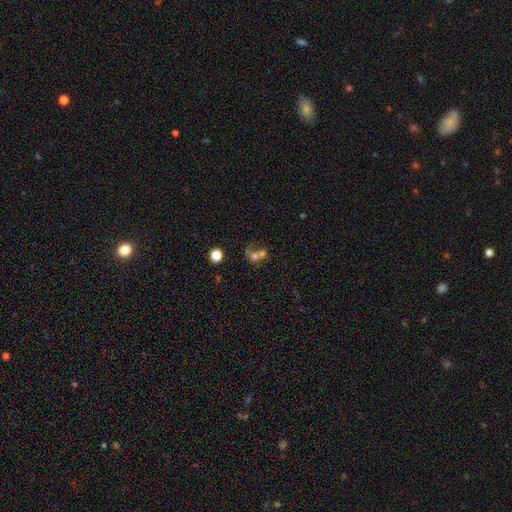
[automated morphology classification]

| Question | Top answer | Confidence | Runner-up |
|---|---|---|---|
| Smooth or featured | smooth | 52% | featured or disk (26%) |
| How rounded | round | 70% | in between (28%) |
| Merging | merger | 58% | none (25%) |